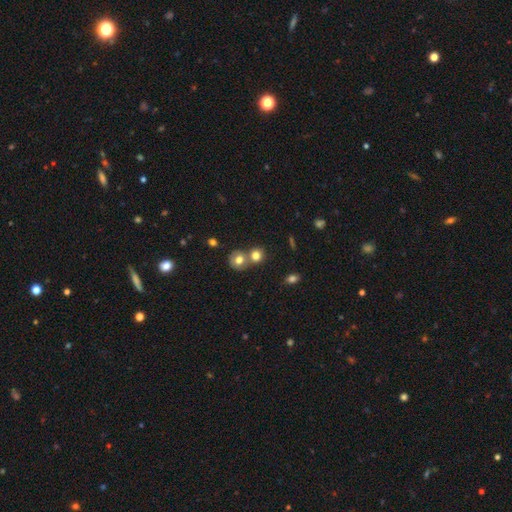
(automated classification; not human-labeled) Smooth or featured? smooth (77%)
How rounded? round (82%)
Merging? none (45%)